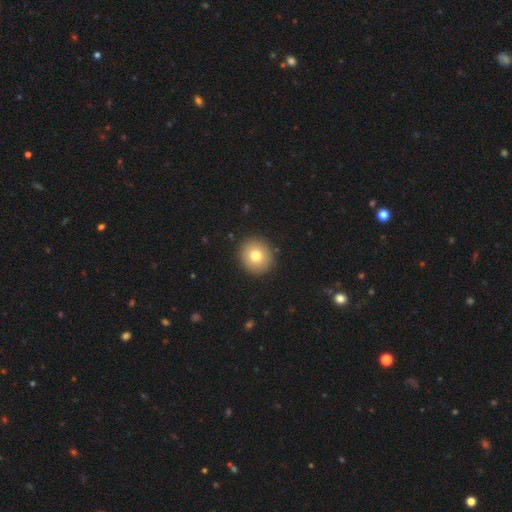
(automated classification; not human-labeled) smooth-or-featured: smooth: 77% | featured or disk: 13% | star or artifact: 10%
  how-rounded: round: 88% | in between: 11% | cigar-shaped: 1%
  merging: none: 91% | minor disturbance: 6% | major disturbance: 2% | merger: 1%